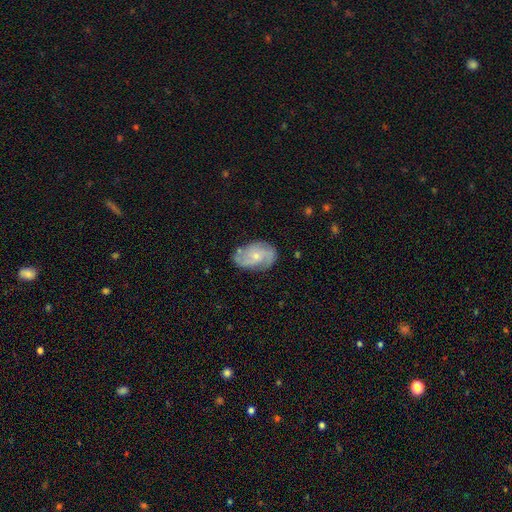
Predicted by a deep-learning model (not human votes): smooth_or_featured: featured or disk (p=0.74) [alt: smooth p=0.20]
disk_edge_on: no (p=0.97) [alt: yes p=0.03]
bar: no (p=0.66) [alt: weak p=0.29]
has_spiral_arms: yes (p=0.92) [alt: no p=0.08]
spiral_winding: medium (p=0.47) [alt: loose p=0.28]
spiral_arm_count: 2 (p=0.54) [alt: 3 p=0.20]
bulge_size: small (p=0.62) [alt: moderate p=0.33]
merging: none (p=0.70) [alt: minor disturbance p=0.22]